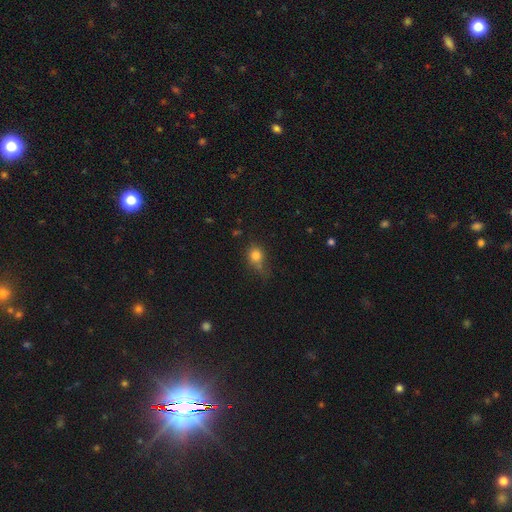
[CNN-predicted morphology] Q: Smooth or featured?
A: smooth (78%); runner-up: star or artifact (12%)
Q: How rounded?
A: round (58%); runner-up: in between (40%)
Q: Merging?
A: none (47%); runner-up: minor disturbance (32%)